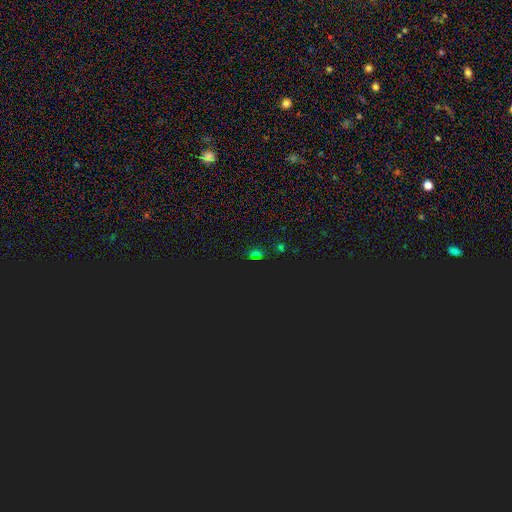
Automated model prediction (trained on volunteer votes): The model was most divided on "smooth or featured": star or artifact: 61%, smooth: 30%, featured or disk: 9%.